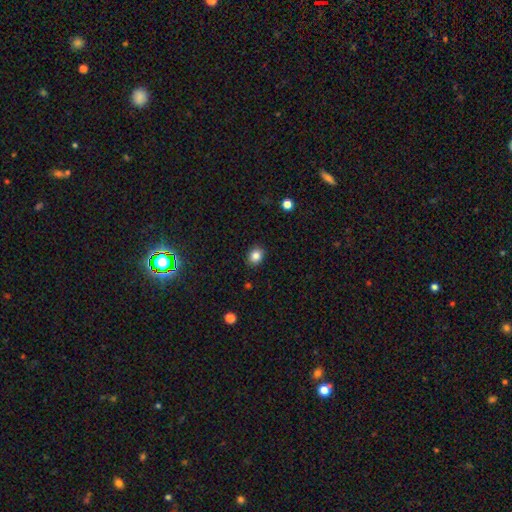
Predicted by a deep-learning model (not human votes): The model was most divided on "how rounded": round: 54%, in between: 46%, cigar-shaped: 1%. More confident: merging — none (89%); smooth or featured — smooth (84%).